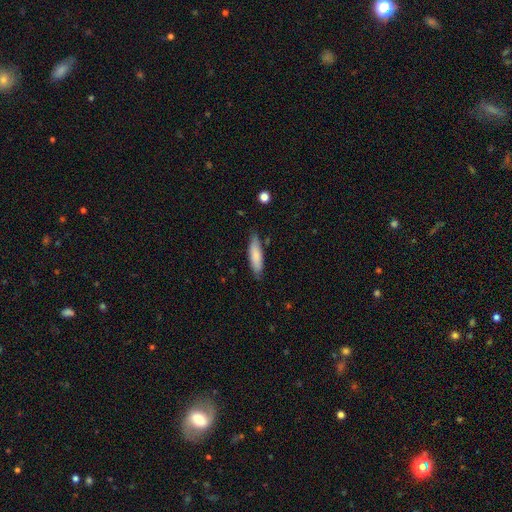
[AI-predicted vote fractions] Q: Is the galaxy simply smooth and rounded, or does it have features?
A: smooth — 80%.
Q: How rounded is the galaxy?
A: cigar-shaped — 62%.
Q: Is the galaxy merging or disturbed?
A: none — 78%.